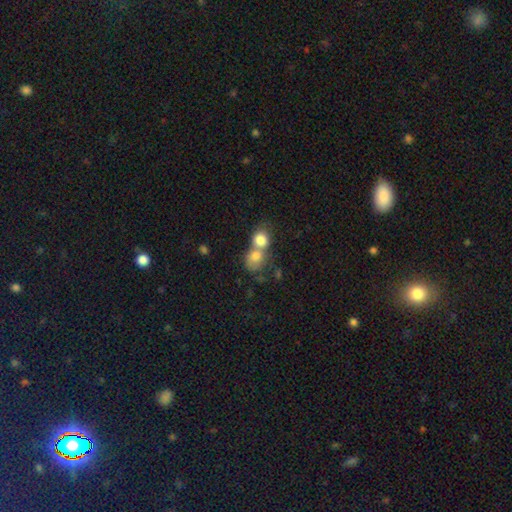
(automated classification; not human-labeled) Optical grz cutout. It shows a smooth galaxy with no disk features (70%) that is round (69%). Merging: merger (60%).